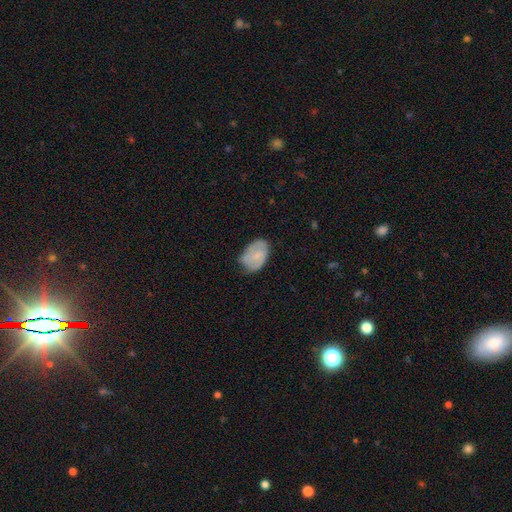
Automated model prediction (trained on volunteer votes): Smooth or featured? smooth (64%)
How rounded? in between (85%)
Merging? none (61%)